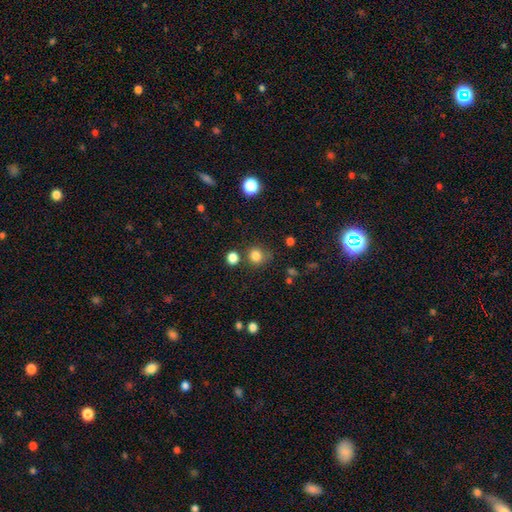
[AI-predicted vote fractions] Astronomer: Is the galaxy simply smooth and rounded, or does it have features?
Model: smooth — 81%.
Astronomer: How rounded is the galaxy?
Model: round — 89%.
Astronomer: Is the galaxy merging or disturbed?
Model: none — 75%.